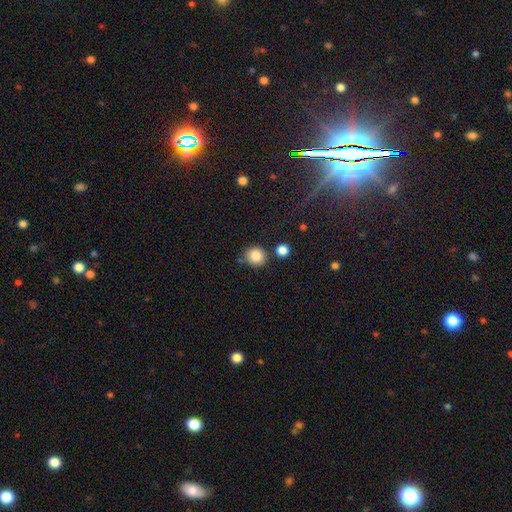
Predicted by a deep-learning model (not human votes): smooth_or_featured: smooth (p=0.85) [alt: star or artifact p=0.10]
how_rounded: round (p=0.88) [alt: in between p=0.11]
merging: none (p=0.78) [alt: minor disturbance p=0.11]